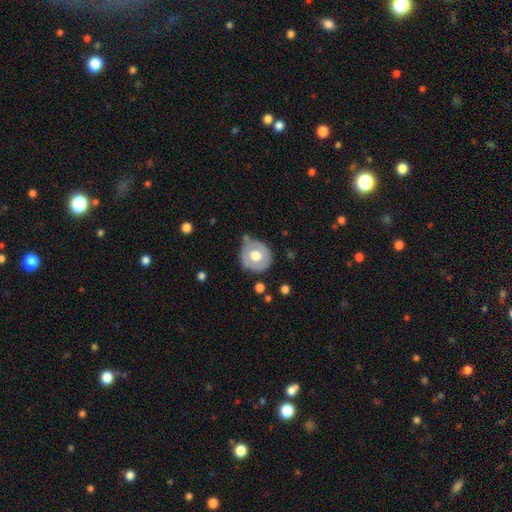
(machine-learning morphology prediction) smooth-or-featured: smooth: 50% | featured or disk: 44% | star or artifact: 6%
  merging: none: 65% | minor disturbance: 23% | major disturbance: 7% | merger: 5%